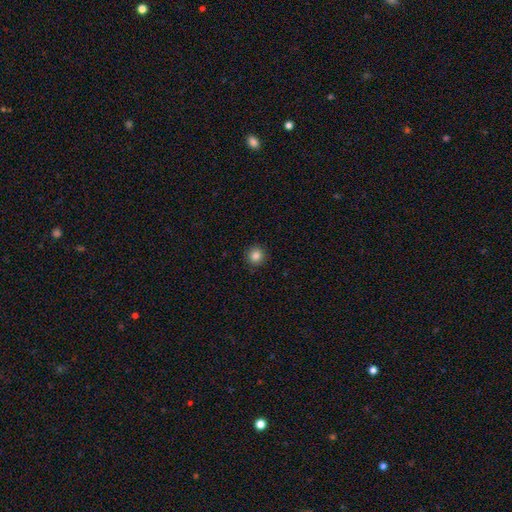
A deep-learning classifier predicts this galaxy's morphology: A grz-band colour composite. It shows a smooth galaxy with no disk features (85%) that is round (93%). Merging: none (91%).